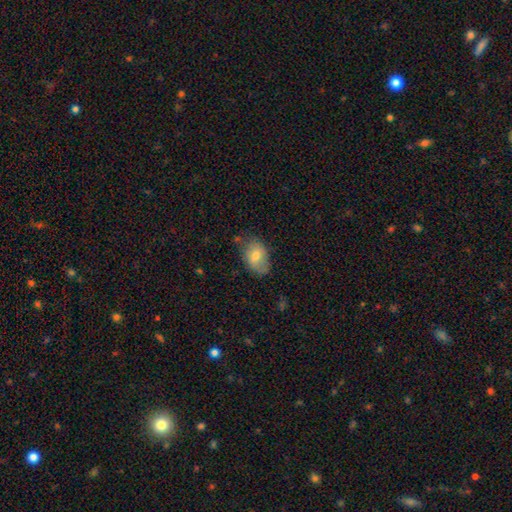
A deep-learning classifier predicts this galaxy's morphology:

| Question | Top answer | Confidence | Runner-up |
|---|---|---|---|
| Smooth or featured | smooth | 70% | featured or disk (22%) |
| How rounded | in between | 84% | round (15%) |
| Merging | none | 66% | minor disturbance (26%) |